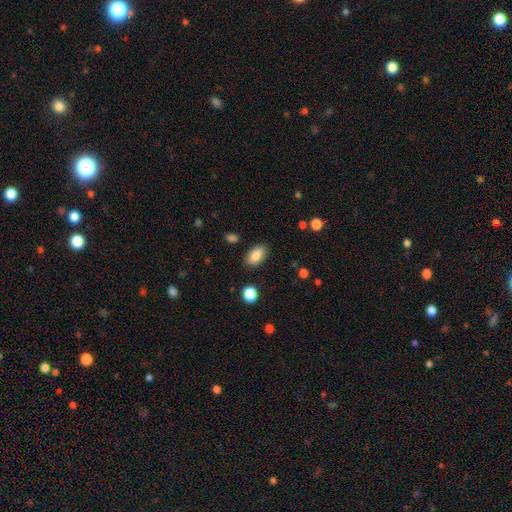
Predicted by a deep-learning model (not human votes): This appears to be a smooth galaxy with no disk features (85%) that is in between round and cigar-shaped (92%). Merging: none (85%).